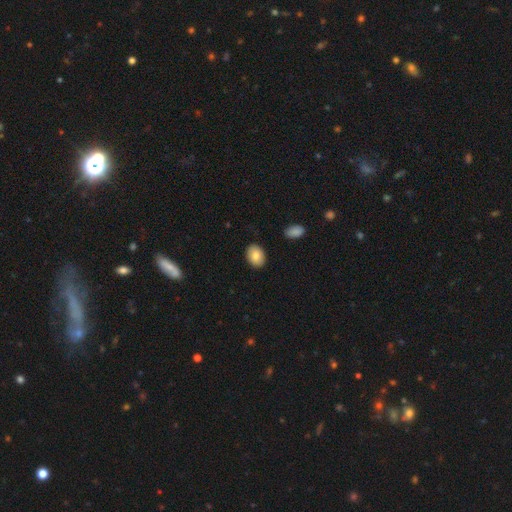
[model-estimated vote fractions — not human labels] A smooth galaxy with no disk features (84%) that is in between round and cigar-shaped (75%). Merging: none (89%).